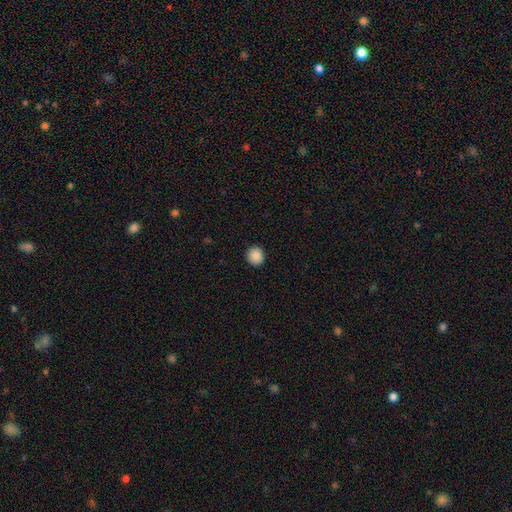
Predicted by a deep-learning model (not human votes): This appears to be a smooth galaxy with no disk features (89%) that is round (91%). Merging: none (92%).